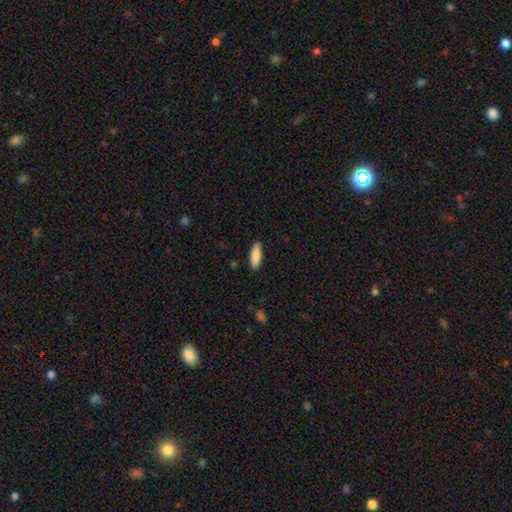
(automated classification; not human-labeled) Morphology: type=smooth (85%); roundness=in between (56%); merging=none (89%).